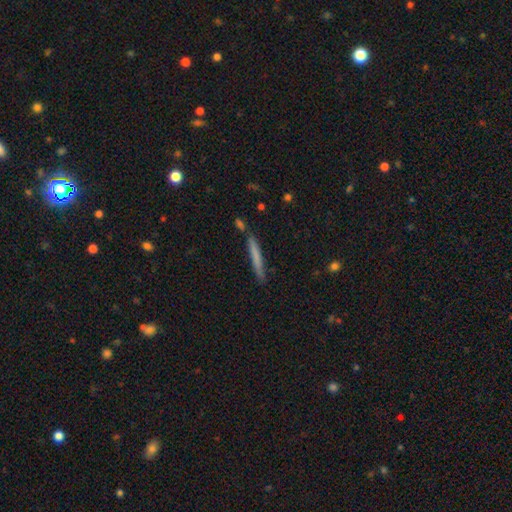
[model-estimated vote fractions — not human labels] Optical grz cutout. It shows a smooth galaxy with no disk features (64%) that is cigar-shaped (96%). Merging: none (81%).